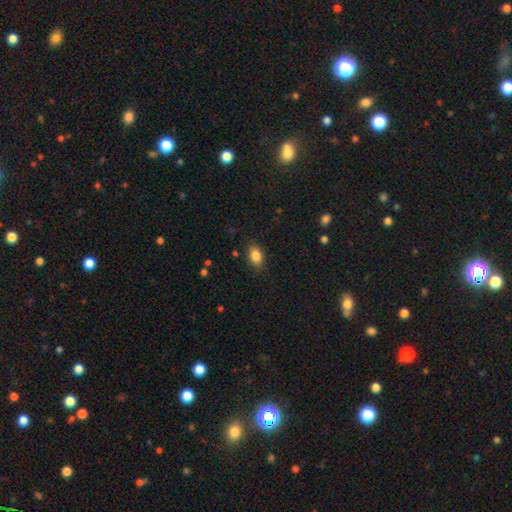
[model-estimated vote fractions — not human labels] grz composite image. It shows a smooth galaxy with no disk features (85%) that is in between round and cigar-shaped (85%). Merging: none (84%).